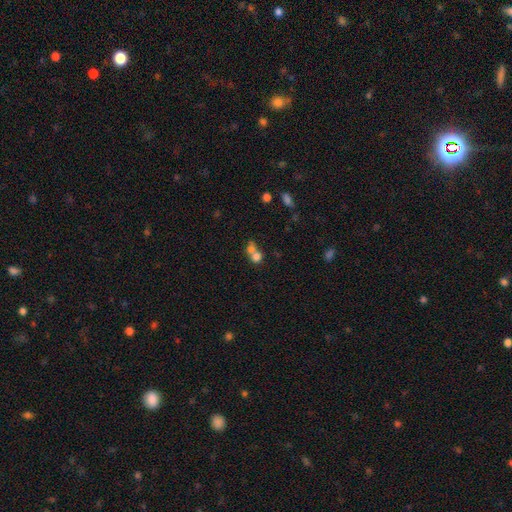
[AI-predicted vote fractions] Q: Smooth or featured?
A: smooth (73%); runner-up: featured or disk (15%)
Q: How rounded?
A: round (73%); runner-up: in between (25%)
Q: Merging?
A: merger (63%); runner-up: none (27%)